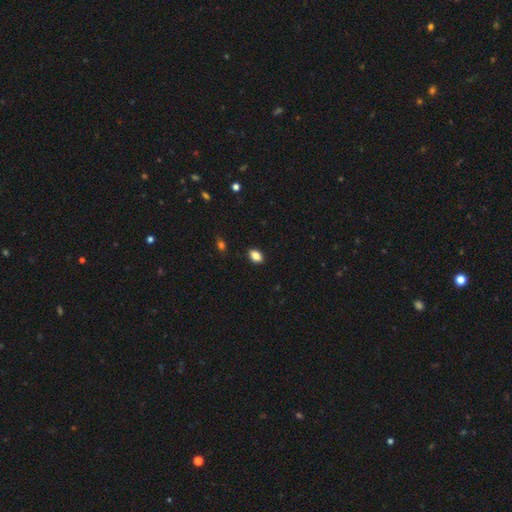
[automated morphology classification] Q: Smooth or featured?
A: smooth (86%); runner-up: star or artifact (9%)
Q: How rounded?
A: in between (85%); runner-up: round (13%)
Q: Merging?
A: none (89%); runner-up: minor disturbance (8%)